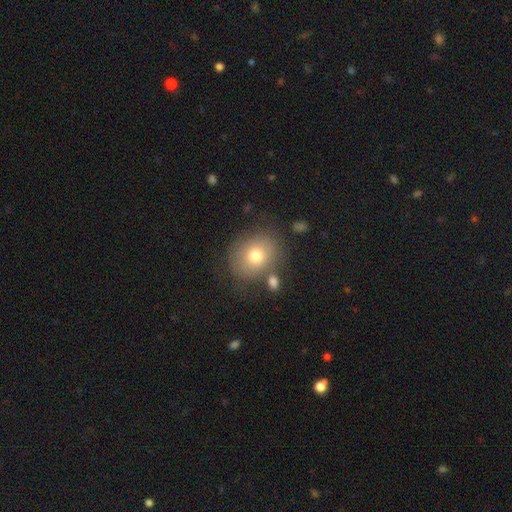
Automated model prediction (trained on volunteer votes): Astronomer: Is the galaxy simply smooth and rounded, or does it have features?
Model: smooth — 73%.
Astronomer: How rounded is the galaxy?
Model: round — 66%.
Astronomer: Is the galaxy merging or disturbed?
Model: none — 72%.